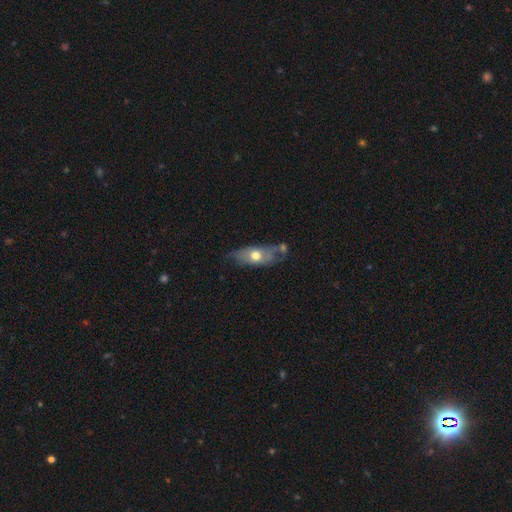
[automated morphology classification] Q: Smooth or featured?
A: featured or disk (48%); runner-up: smooth (46%)
Q: Merging?
A: none (46%); runner-up: minor disturbance (30%)